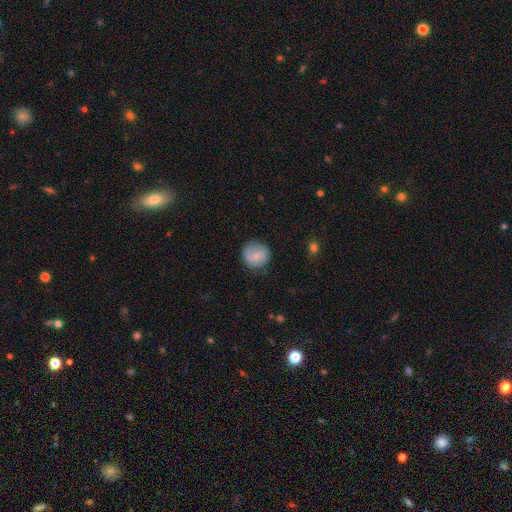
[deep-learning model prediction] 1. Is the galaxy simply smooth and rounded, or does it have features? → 71% smooth, 22% featured or disk, 7% star or artifact.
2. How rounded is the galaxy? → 89% round, 10% in between, 1% cigar-shaped.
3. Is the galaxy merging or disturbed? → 76% none, 18% minor disturbance, 5% major disturbance, 1% merger.